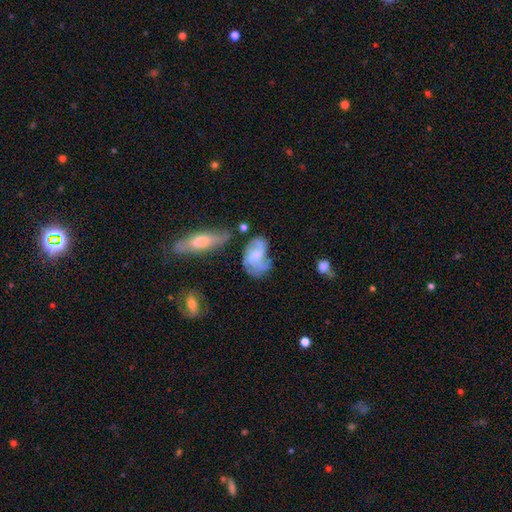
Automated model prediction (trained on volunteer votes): Overall: featured or disk (51%; smooth 40%). Edge-on disk: no (94%). Merging: none (38%; minor disturbance 26%).